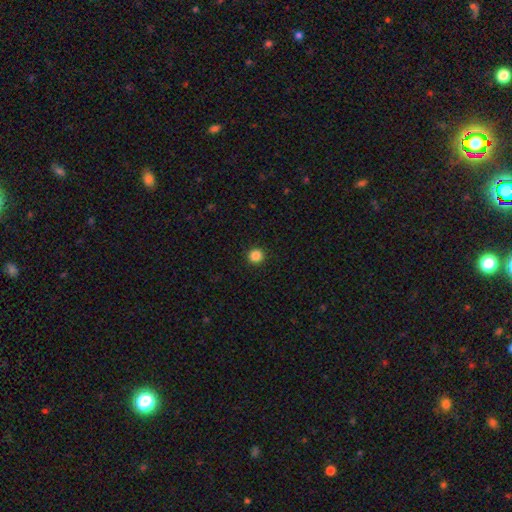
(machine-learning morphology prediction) Smooth or featured?
  - smooth: 86% *
  - star or artifact: 11%
  - featured or disk: 3%
How rounded?
  - round: 95% *
  - in between: 4%
  - cigar-shaped: 1%
Merging?
  - none: 93% *
  - minor disturbance: 4%
  - major disturbance: 2%
  - merger: 1%